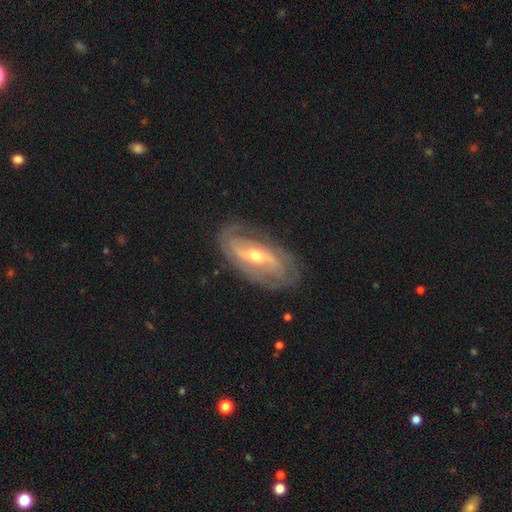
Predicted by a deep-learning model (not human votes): Morphology: type=featured or disk (85%); edge-on=no (92%); bar=weak (40%); spiral arms=yes (93%); winding=medium (40%, tied with tight); arm count=2 (62%); bulge=moderate (58%); merging=none (76%).